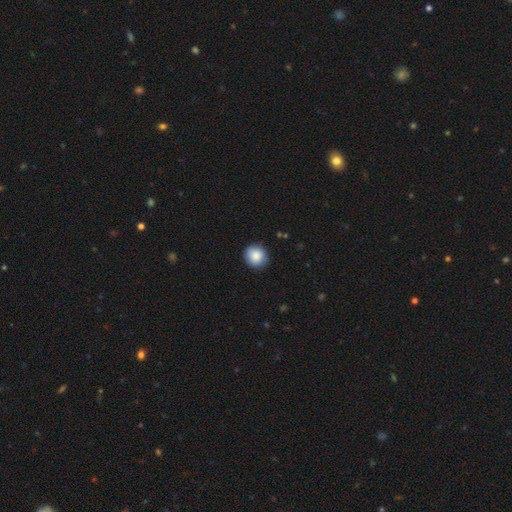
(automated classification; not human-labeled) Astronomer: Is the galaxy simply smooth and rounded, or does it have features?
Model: smooth — 88%.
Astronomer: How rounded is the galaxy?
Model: round — 89%.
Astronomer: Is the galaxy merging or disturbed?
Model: none — 89%.